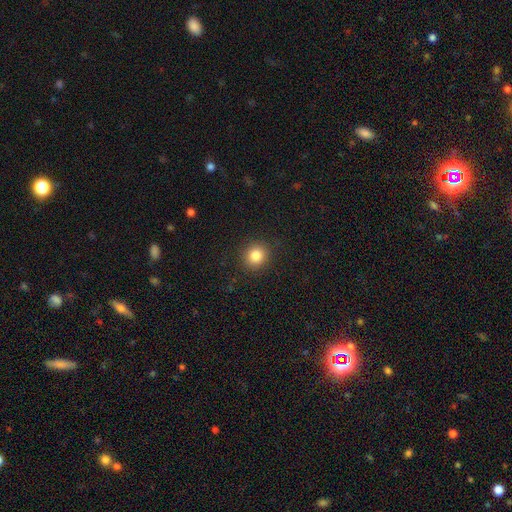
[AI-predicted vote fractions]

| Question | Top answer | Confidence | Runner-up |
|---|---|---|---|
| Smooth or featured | smooth | 84% | star or artifact (11%) |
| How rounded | round | 85% | in between (14%) |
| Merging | none | 90% | minor disturbance (6%) |